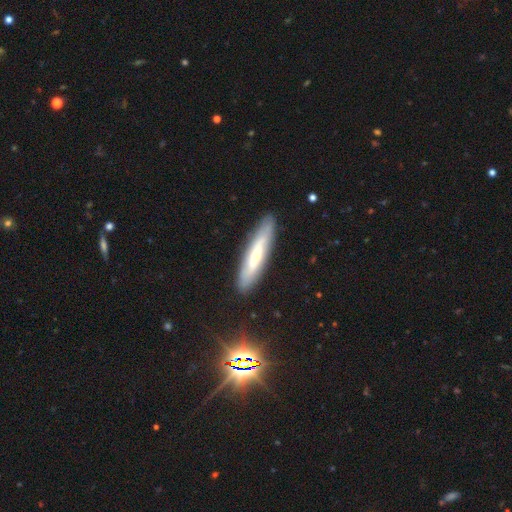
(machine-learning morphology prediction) type=featured or disk (57%); edge-on=yes (62%); merging=none (87%).